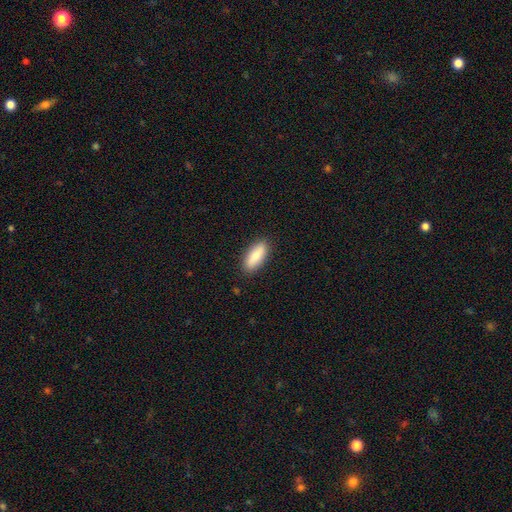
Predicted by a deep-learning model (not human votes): Smooth or featured? Predicted: smooth (p=0.84). How rounded? Predicted: in between (p=0.75). Merging? Predicted: none (p=0.88).